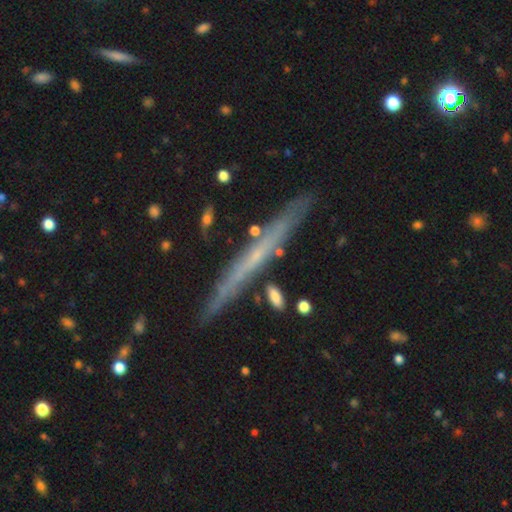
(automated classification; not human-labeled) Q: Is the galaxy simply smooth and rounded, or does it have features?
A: featured or disk — 63%.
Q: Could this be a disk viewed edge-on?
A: yes — 95%.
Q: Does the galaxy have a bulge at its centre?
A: none — 81%.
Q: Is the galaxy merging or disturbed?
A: none — 88%.